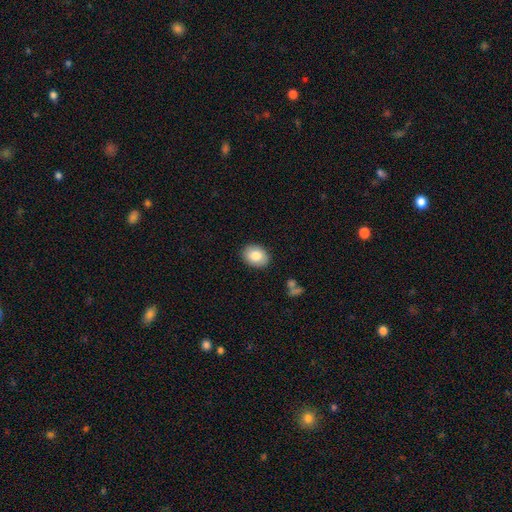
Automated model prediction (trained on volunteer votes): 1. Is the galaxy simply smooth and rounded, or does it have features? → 83% smooth, 10% featured or disk, 7% star or artifact.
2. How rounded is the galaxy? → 68% in between, 31% round, 1% cigar-shaped.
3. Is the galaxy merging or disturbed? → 88% none, 8% minor disturbance, 2% major disturbance, 1% merger.